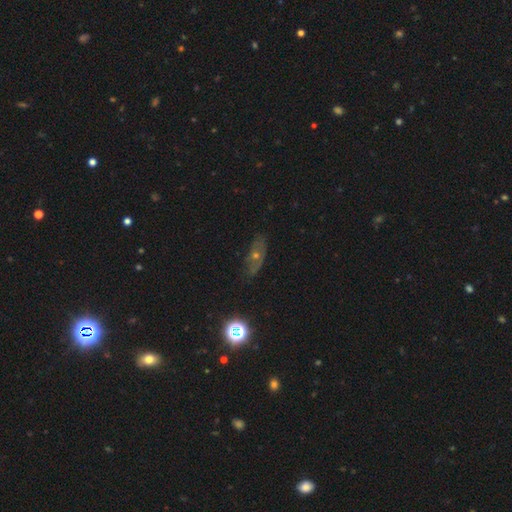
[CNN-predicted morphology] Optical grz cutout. It shows a featured or disk galaxy (48%). Merging: none (71%).